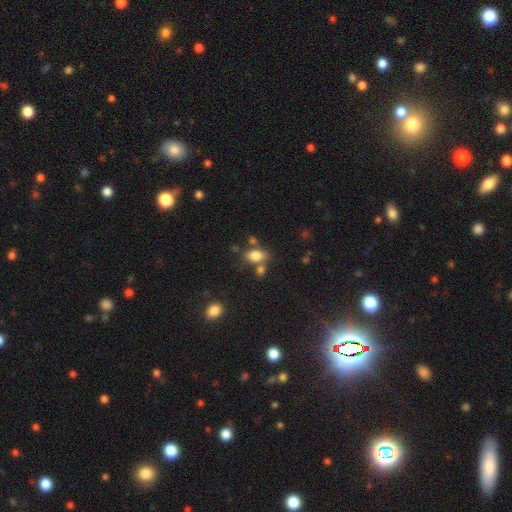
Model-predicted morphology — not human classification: A smooth galaxy with no disk features (80%) that is in between round and cigar-shaped (82%). Merging: none (57%).